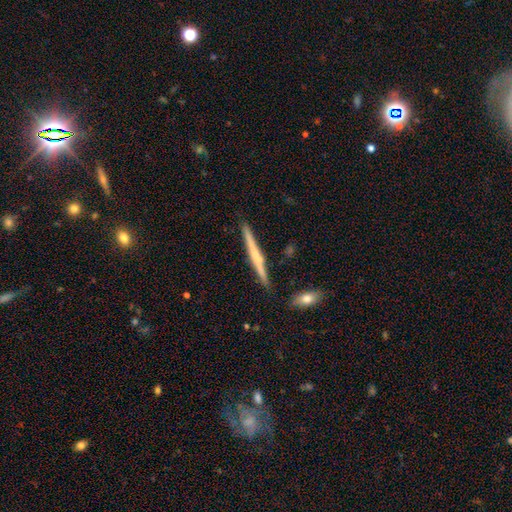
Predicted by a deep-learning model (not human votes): A featured or disk galaxy (58%) viewed edge-on (98%) with no central bulge (47%). Merging: none (88%).